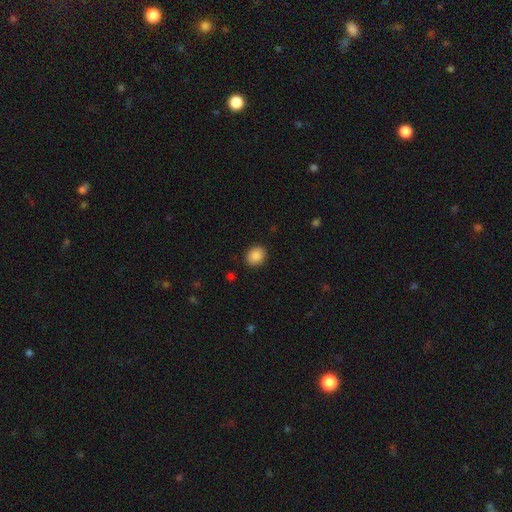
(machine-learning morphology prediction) smooth-or-featured: smooth: 88% | star or artifact: 8% | featured or disk: 3%
  how-rounded: round: 59% | in between: 40% | cigar-shaped: 1%
  merging: none: 89% | minor disturbance: 7% | major disturbance: 2% | merger: 1%